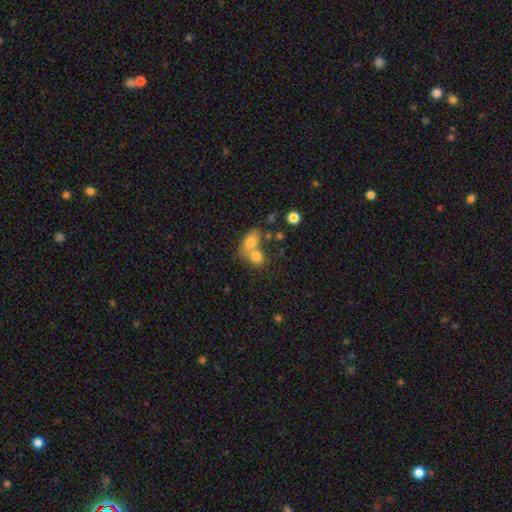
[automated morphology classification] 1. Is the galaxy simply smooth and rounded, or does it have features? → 74% smooth, 15% featured or disk, 11% star or artifact.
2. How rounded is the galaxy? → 49% in between (tied), 49% round (tied), 2% cigar-shaped.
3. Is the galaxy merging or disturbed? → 61% merger, 27% none, 7% minor disturbance, 4% major disturbance.